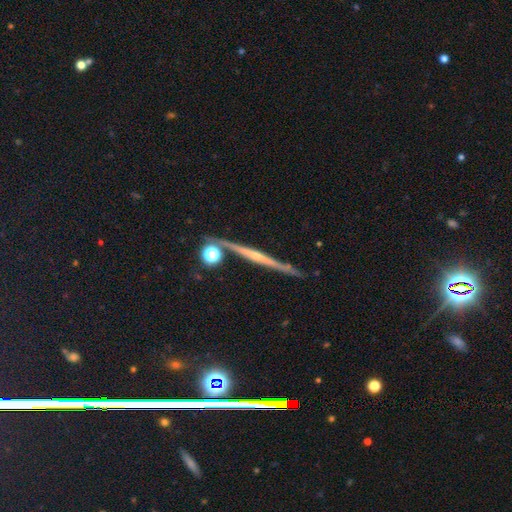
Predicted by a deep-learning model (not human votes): Morphology: type=featured or disk (67%); edge-on=yes (93%); edge-on bulge=rounded (61%); merging=none (78%).